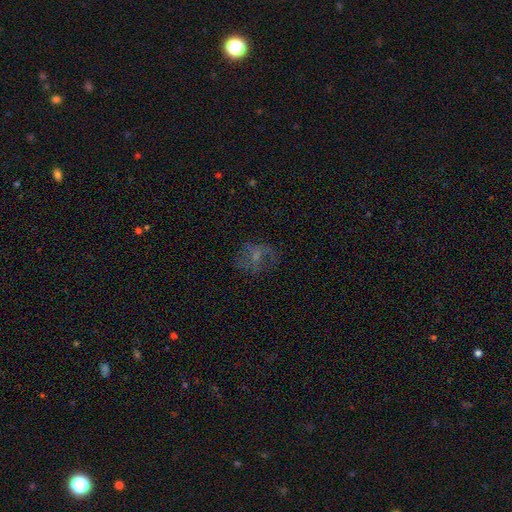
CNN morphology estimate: smooth-or-featured: featured or disk: 44% | smooth: 40% | star or artifact: 17%
  merging: none: 61% | minor disturbance: 19% | major disturbance: 18% | merger: 2%